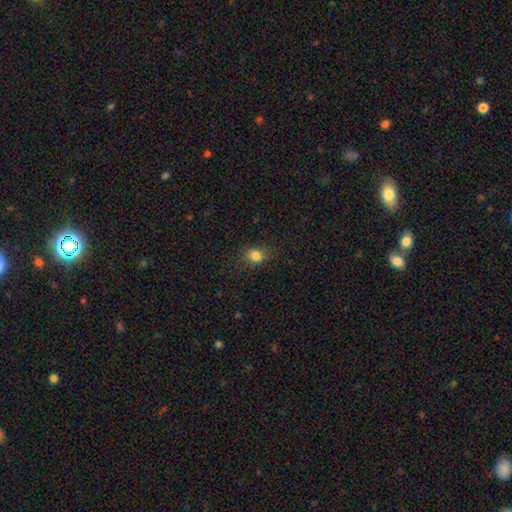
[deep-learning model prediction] A smooth galaxy with no disk features (81%) that is round (62%).

Vote fractions:
- Smooth or featured? smooth: 81% / star or artifact: 13% / featured or disk: 6%
- How rounded? round: 62% / in between: 37% / cigar-shaped: 1%
- Merging? none: 82% / minor disturbance: 13% / major disturbance: 4% / merger: 1%